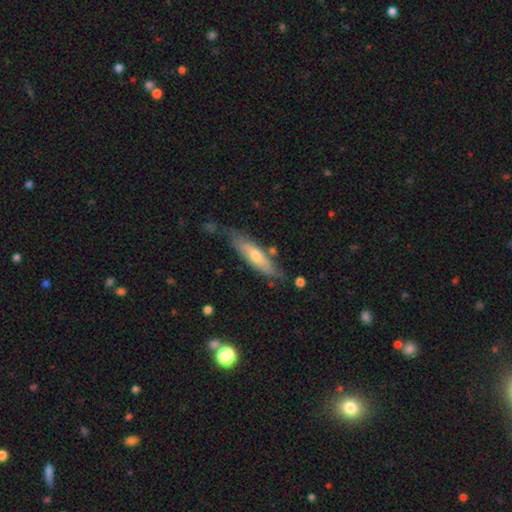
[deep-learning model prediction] This appears to be a smooth galaxy with no disk features (52%) that is cigar-shaped (68%). Merging: none (67%).